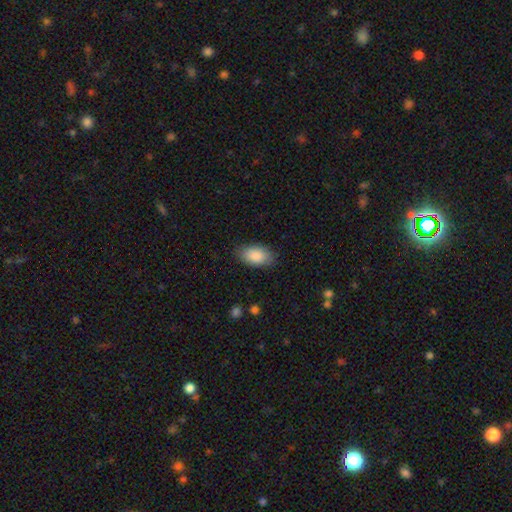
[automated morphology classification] A smooth galaxy with no disk features (88%) that is in between round and cigar-shaped (94%).

Vote fractions:
- Smooth or featured? smooth: 88% / featured or disk: 6% / star or artifact: 6%
- How rounded? in between: 94% / round: 4% / cigar-shaped: 2%
- Merging? none: 84% / minor disturbance: 12% / major disturbance: 3% / merger: 1%